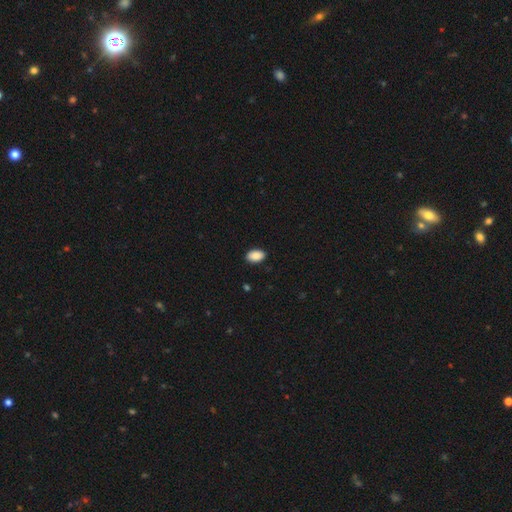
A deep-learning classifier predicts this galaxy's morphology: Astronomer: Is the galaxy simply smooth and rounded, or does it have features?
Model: smooth — 90%.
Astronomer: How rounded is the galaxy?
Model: in between — 92%.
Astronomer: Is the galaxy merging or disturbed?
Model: none — 90%.